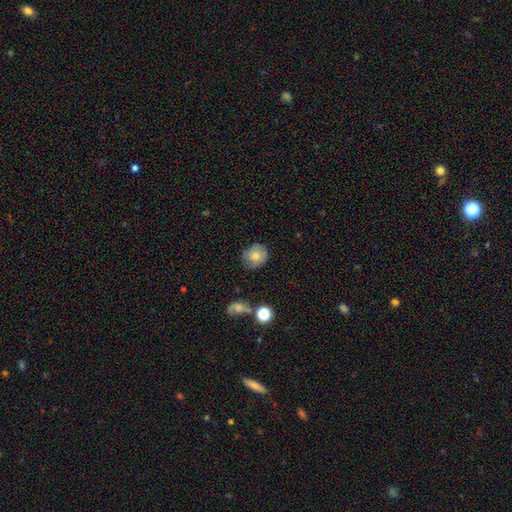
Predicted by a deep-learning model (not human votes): Smooth or featured? smooth (69%)
How rounded? round (76%)
Merging? none (74%)